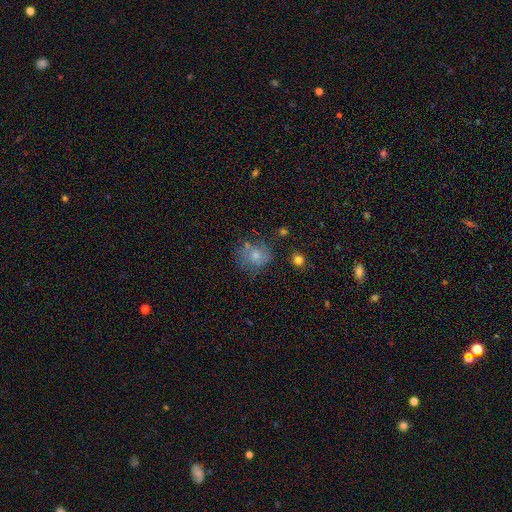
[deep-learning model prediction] Morphology: type=smooth (64%); roundness=round (70%); merging=none (55%).